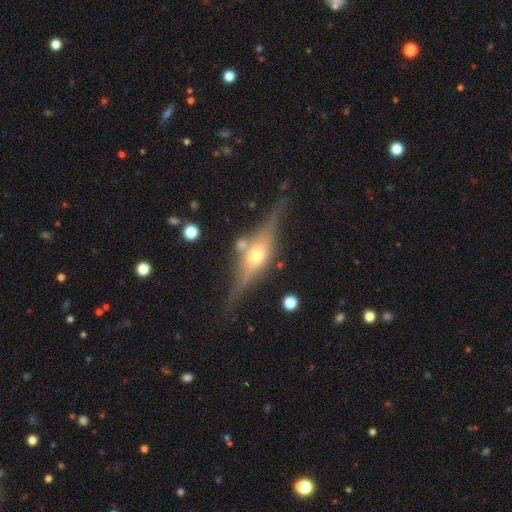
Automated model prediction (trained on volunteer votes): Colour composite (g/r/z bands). It shows a featured or disk galaxy (77%) viewed edge-on (93%) with a rounded central bulge (90%). Merging: none (74%).